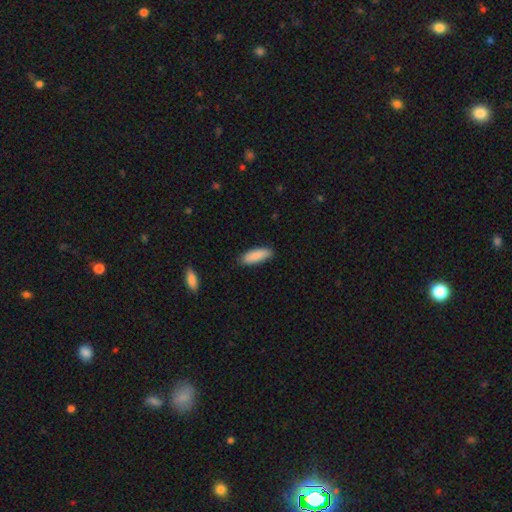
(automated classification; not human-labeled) smooth 88%, featured or disk 7%, star or artifact 6%. Down the decision tree: how rounded — in between (65%); merging — none (83%).